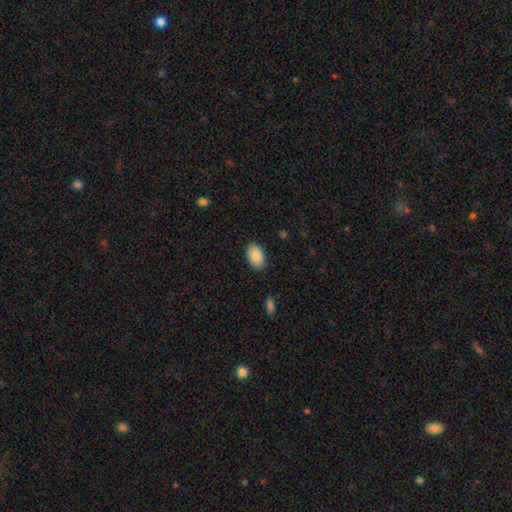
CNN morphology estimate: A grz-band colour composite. It shows a smooth galaxy with no disk features (88%) that is in between round and cigar-shaped (91%). Merging: none (88%).